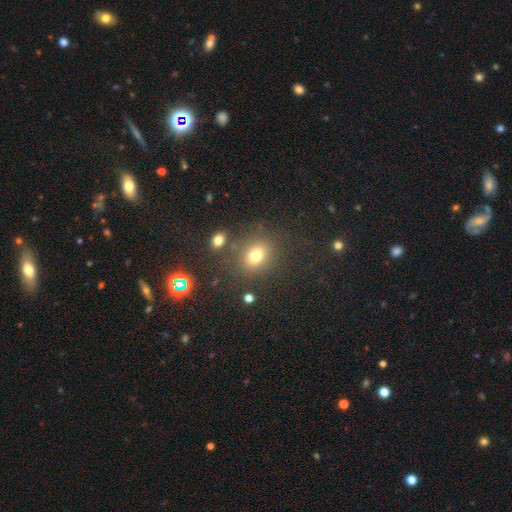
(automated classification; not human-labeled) The model was most divided on "how rounded": round: 54%, in between: 44%, cigar-shaped: 1%. More confident: merging — none (78%); smooth or featured — smooth (75%).